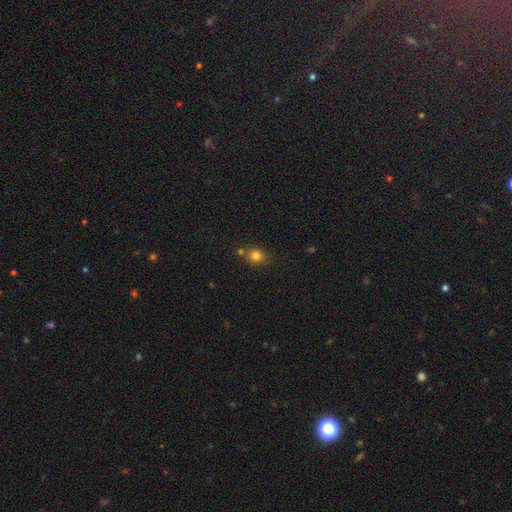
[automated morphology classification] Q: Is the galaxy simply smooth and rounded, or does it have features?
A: smooth — 81%.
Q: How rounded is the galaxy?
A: round — 82%.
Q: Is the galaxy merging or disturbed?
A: none — 71%.